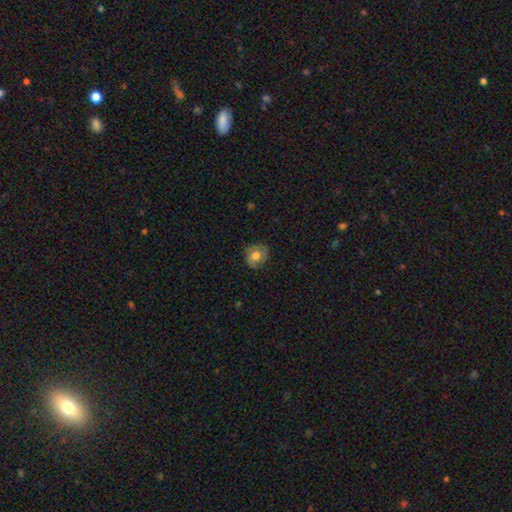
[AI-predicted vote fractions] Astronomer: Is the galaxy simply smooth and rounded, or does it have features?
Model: smooth — 66%.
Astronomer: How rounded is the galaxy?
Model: round — 80%.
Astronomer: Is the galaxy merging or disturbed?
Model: none — 76%.